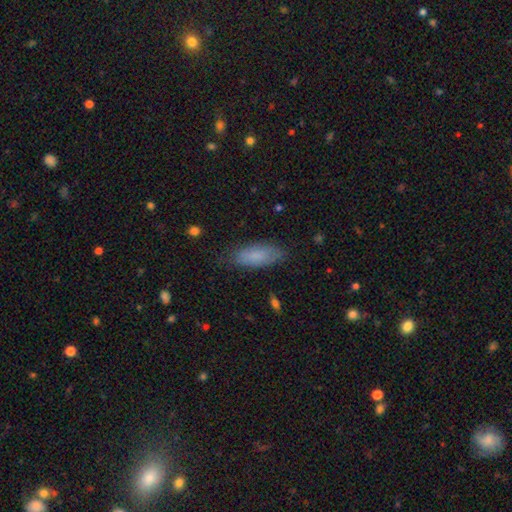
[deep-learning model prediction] A smooth galaxy with no disk features (81%) that is in between round and cigar-shaped (74%).

Vote fractions:
- Smooth or featured? smooth: 81% / featured or disk: 12% / star or artifact: 7%
- How rounded? in between: 74% / cigar-shaped: 24% / round: 2%
- Merging? none: 79% / minor disturbance: 16% / major disturbance: 4% / merger: 1%